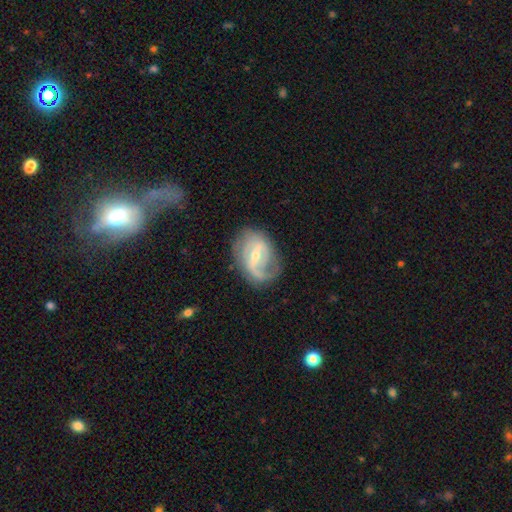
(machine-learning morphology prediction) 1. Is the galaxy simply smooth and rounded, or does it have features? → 82% featured or disk, 12% smooth, 5% star or artifact.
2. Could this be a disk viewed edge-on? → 96% no, 4% yes.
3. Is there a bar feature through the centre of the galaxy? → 45% weak, 42% strong, 12% no.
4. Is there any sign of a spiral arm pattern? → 89% yes, 11% no.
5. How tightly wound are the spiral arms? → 42% medium, 29% loose, 28% tight.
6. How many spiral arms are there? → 54% 2, 22% 1, 15% can't tell, 5% 3, 2% 4, 2% more than 4.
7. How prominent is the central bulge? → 52% small, 43% moderate, 2% none, 2% large, 1% dominant.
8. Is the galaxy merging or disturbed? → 61% none, 23% minor disturbance, 14% major disturbance, 2% merger.